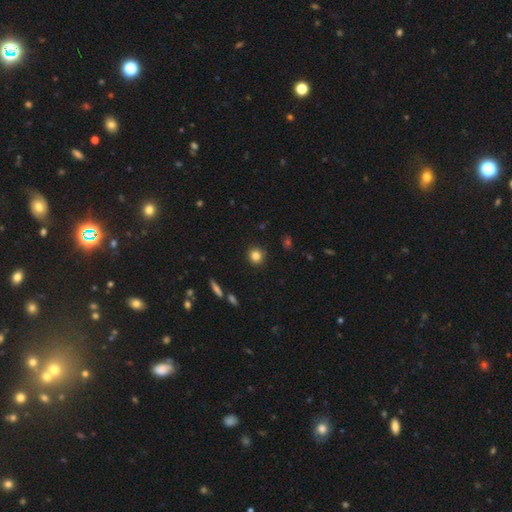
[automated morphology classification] smooth_or_featured: smooth (p=0.83) [alt: star or artifact p=0.11]
how_rounded: round (p=0.91) [alt: in between p=0.08]
merging: none (p=0.90) [alt: minor disturbance p=0.07]